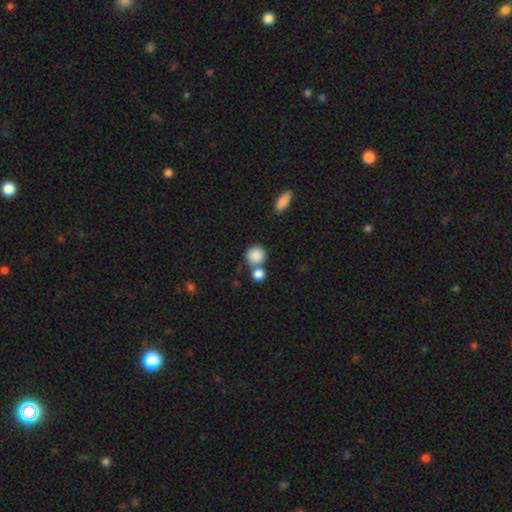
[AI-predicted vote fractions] smooth 87%, star or artifact 8%, featured or disk 5%. Down the decision tree: how rounded — round (87%); merging — none (55%).